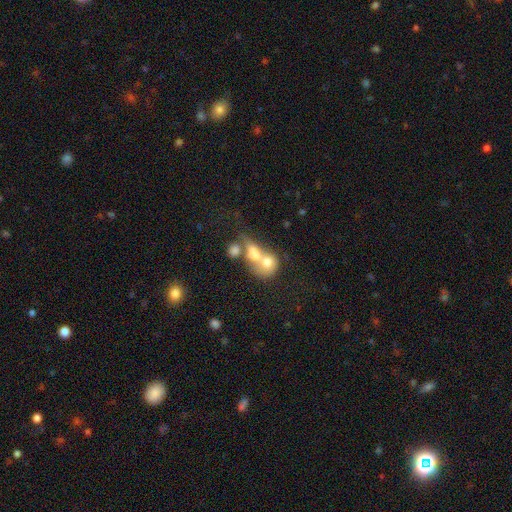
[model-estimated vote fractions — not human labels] Q: Smooth or featured?
A: smooth (64%); runner-up: featured or disk (26%)
Q: How rounded?
A: in between (48%); tied with: round (48%)
Q: Merging?
A: merger (70%); runner-up: none (14%)